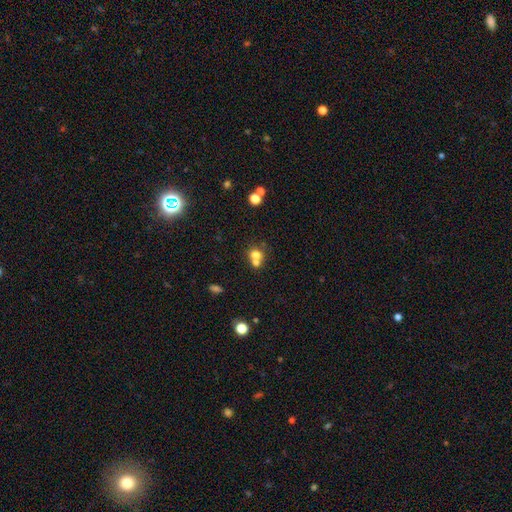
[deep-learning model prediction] Morphology: type=smooth (71%); roundness=round (75%); merging=merger (56%).